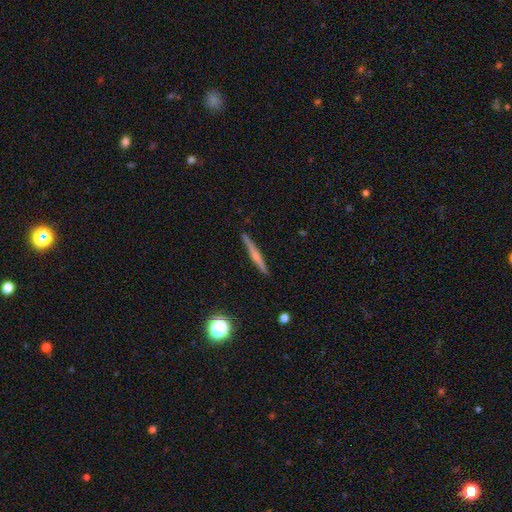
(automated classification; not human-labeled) A featured or disk galaxy (52%) viewed edge-on (97%) with a rounded central bulge (46%). Merging: none (90%).